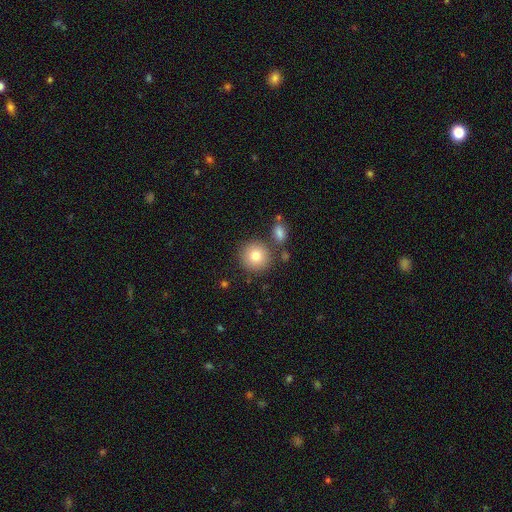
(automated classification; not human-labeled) Smooth or featured: smooth — 80% (featured or disk — 10%)
How rounded: round — 93% (in between — 6%)
Merging: none — 79% (merger — 10%)